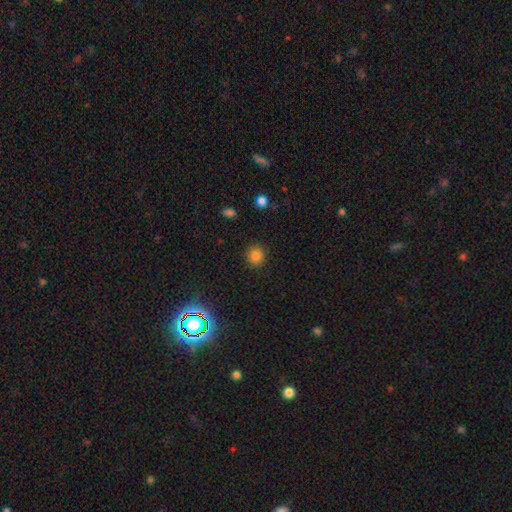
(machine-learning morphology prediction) Smooth or featured? Predicted: smooth (p=0.83). How rounded? Predicted: round (p=0.87). Merging? Predicted: none (p=0.90).